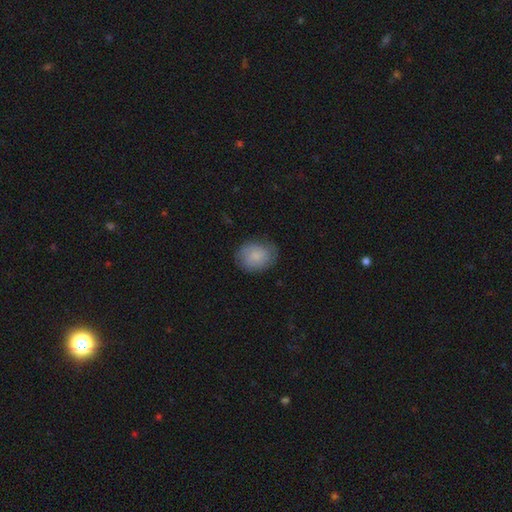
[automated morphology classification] smooth-or-featured: smooth: 76% | featured or disk: 17% | star or artifact: 7%
  how-rounded: in between: 53% | round: 46% | cigar-shaped: 1%
  merging: none: 73% | minor disturbance: 21% | major disturbance: 5% | merger: 1%